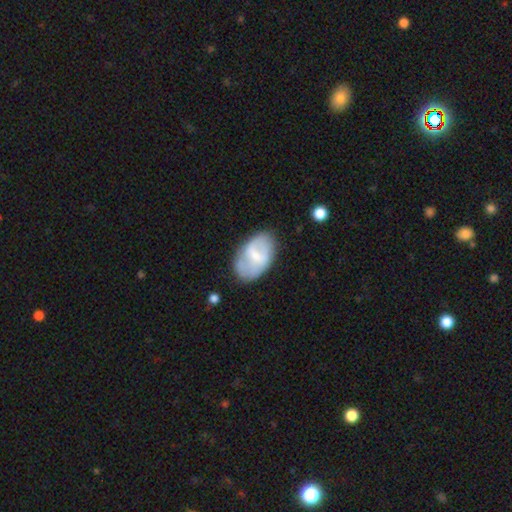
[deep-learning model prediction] This is possibly a featured or disk galaxy (51%). It is clearly not viewed edge-on (95%). Merging: likely none (67%).